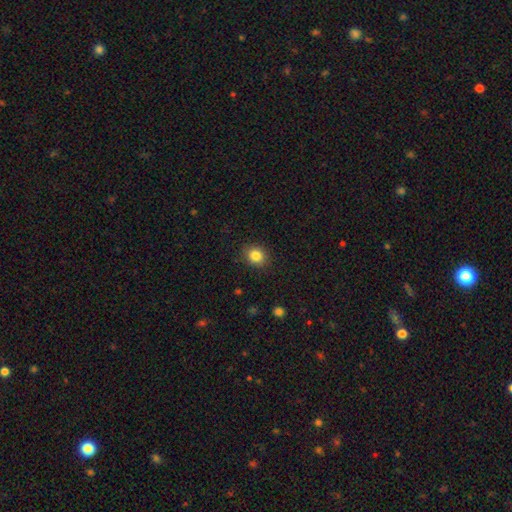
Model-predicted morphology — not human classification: This appears to be a smooth galaxy with no disk features (84%) that is round (64%). Merging: none (88%).